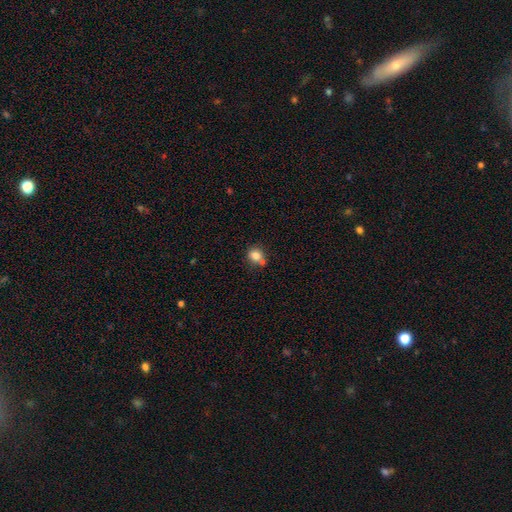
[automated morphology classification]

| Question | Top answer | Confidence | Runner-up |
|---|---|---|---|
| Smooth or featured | smooth | 81% | star or artifact (11%) |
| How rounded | round | 80% | in between (19%) |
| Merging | none | 59% | merger (25%) |